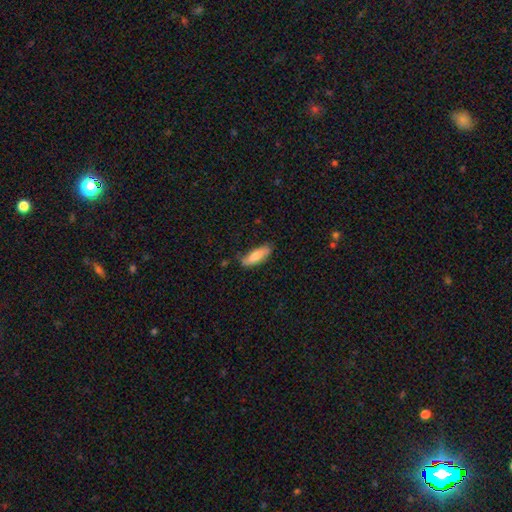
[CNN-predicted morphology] This is likely a smooth galaxy (73%). How rounded: possibly in between (51%). Merging: likely none (73%).